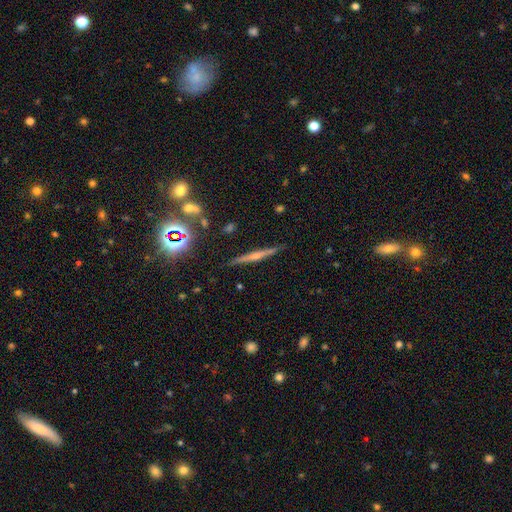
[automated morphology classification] Smooth or featured? featured or disk (64%)
Edge-on disk? yes (97%)
Edge-on bulge? rounded (69%)
Merging? none (88%)